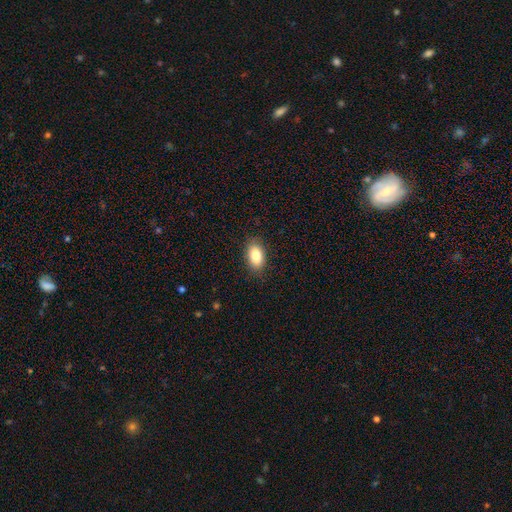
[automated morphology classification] Smooth or featured?
  - smooth: 85% *
  - star or artifact: 8%
  - featured or disk: 7%
How rounded?
  - in between: 91% *
  - round: 7%
  - cigar-shaped: 2%
Merging?
  - none: 87% *
  - minor disturbance: 10%
  - major disturbance: 2%
  - merger: 1%